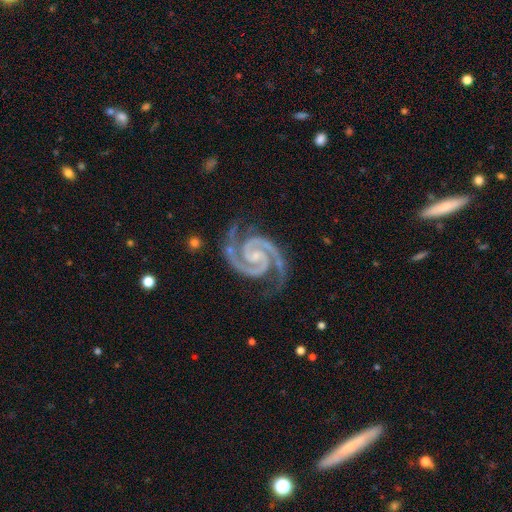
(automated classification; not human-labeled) Overall: featured or disk (95%). Edge-on disk: no (99%). Bar: no (53%; weak 32%). Spiral arms: yes (99%). Spiral arm count: 2 (94%). Spiral winding: tight (55%; medium 41%). Bulge size: small (55%; none 22%). Merging: none (77%).